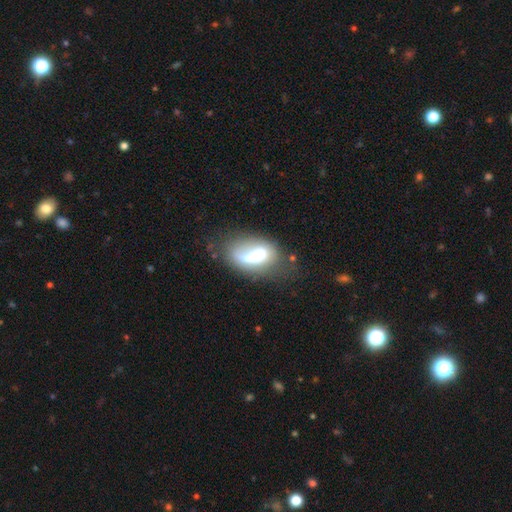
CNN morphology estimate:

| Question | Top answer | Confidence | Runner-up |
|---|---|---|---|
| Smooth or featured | smooth | 52% | featured or disk (39%) |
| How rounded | in between | 81% | round (10%) |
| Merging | none | 41% | minor disturbance (24%) |